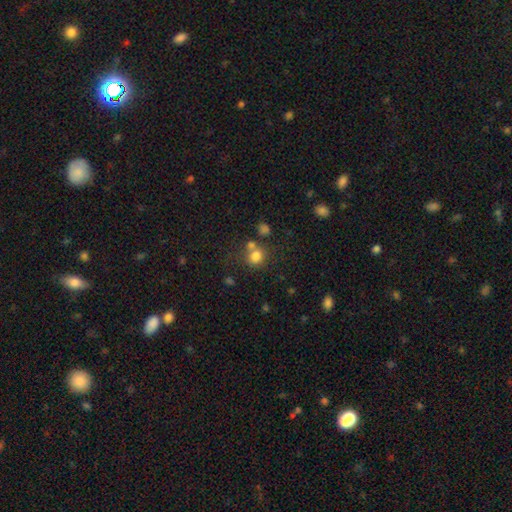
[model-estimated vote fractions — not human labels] Overall: smooth (78%). How rounded: round (74%). Merging: none (56%; merger 27%).